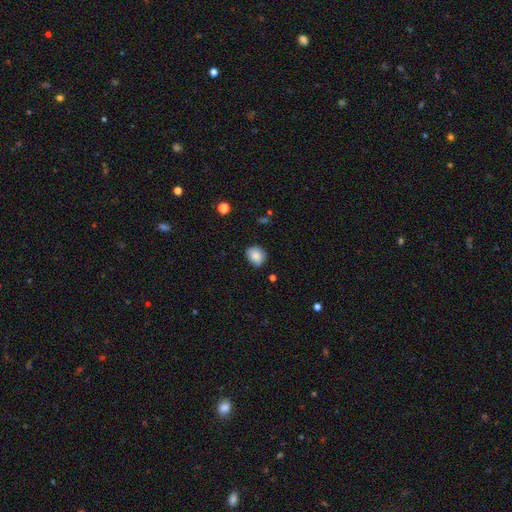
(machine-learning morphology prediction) Smooth or featured: smooth — 85% (star or artifact — 8%)
How rounded: round — 63% (in between — 36%)
Merging: none — 80% (minor disturbance — 16%)